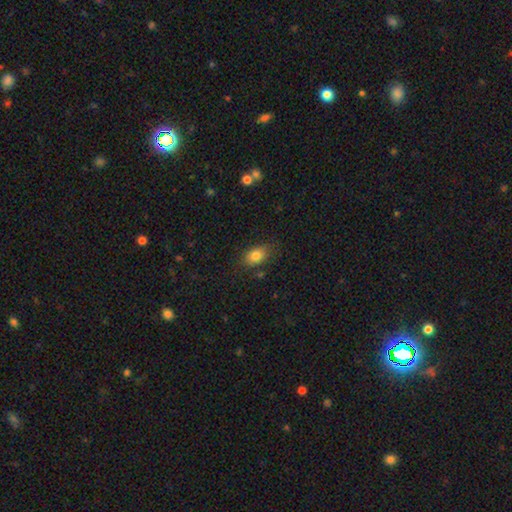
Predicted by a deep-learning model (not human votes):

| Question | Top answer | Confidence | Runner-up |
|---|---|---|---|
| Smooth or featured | smooth | 82% | star or artifact (10%) |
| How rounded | in between | 80% | round (18%) |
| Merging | none | 78% | minor disturbance (15%) |